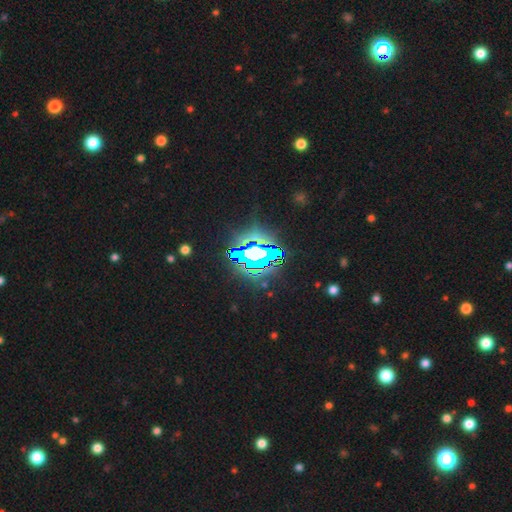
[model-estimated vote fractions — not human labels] A star or artifact, not a galaxy (75%).